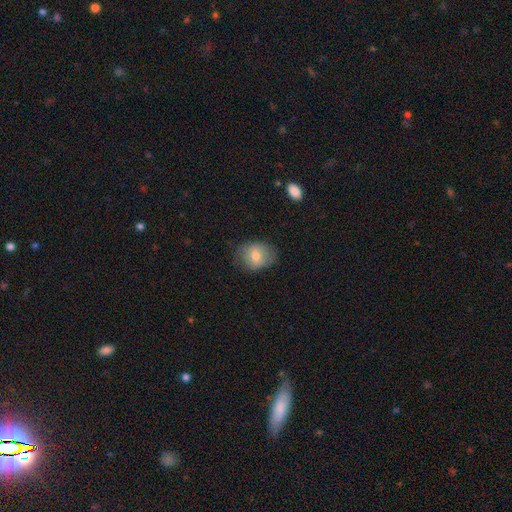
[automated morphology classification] This appears to be a smooth galaxy with no disk features (69%) that is in between round and cigar-shaped (51%). Merging: none (72%).